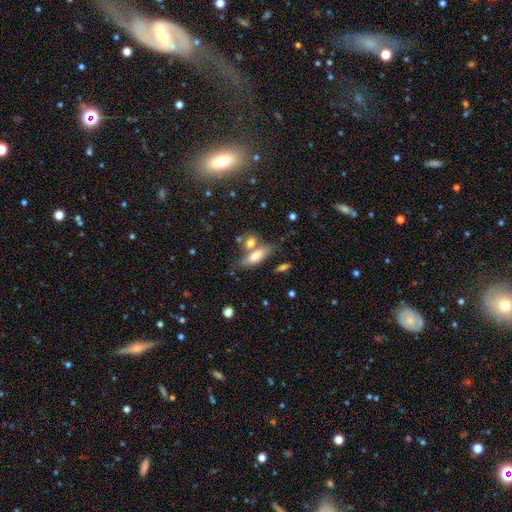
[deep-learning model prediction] smooth_or_featured: smooth (p=0.76) [alt: featured or disk p=0.16]
how_rounded: in between (p=0.67) [alt: cigar-shaped p=0.30]
merging: none (p=0.56) [alt: merger p=0.24]